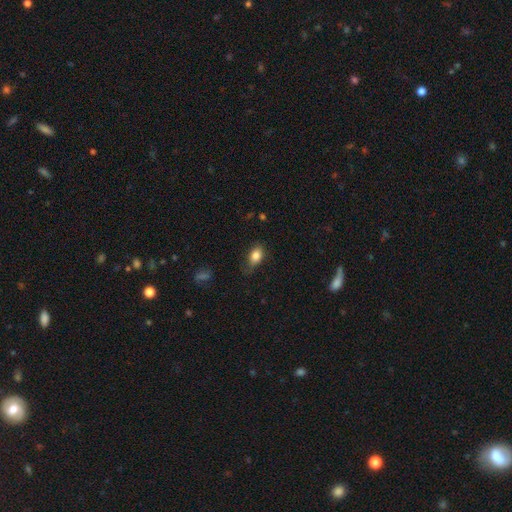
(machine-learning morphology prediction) Smooth or featured?
  - smooth: 83% *
  - star or artifact: 8%
  - featured or disk: 8%
How rounded?
  - in between: 83% *
  - round: 14%
  - cigar-shaped: 3%
Merging?
  - none: 62% *
  - minor disturbance: 29%
  - major disturbance: 8%
  - merger: 2%